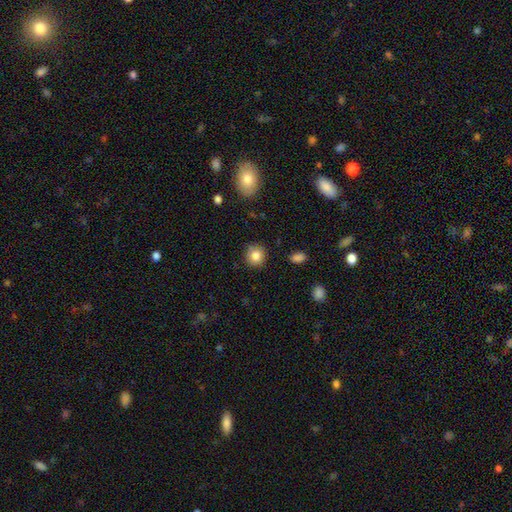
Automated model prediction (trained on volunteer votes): smooth-or-featured: smooth: 83% | star or artifact: 9% | featured or disk: 7%
  how-rounded: round: 90% | in between: 9% | cigar-shaped: 1%
  merging: none: 89% | minor disturbance: 8% | major disturbance: 2% | merger: 1%